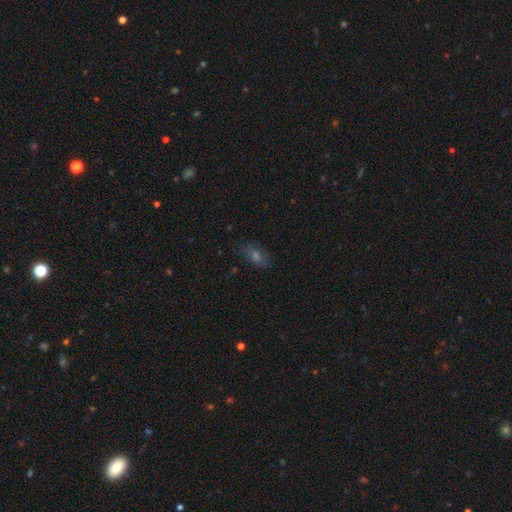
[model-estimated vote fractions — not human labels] Smooth or featured? Predicted: smooth (p=0.50). How rounded? Predicted: in between (p=0.80). Merging? Predicted: none (p=0.81).